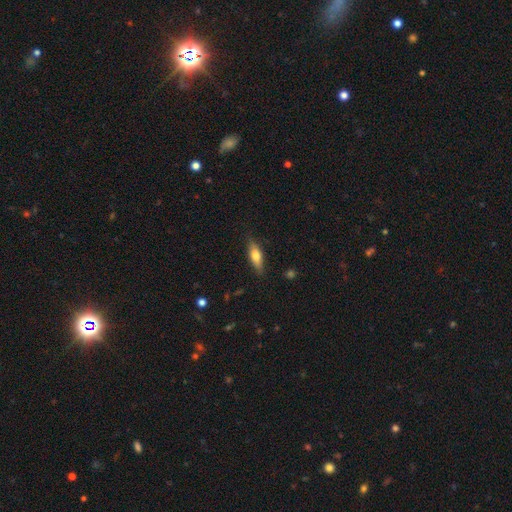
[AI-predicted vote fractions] Smooth or featured: smooth — 64% (featured or disk — 29%)
How rounded: in between — 57% (cigar-shaped — 40%)
Merging: none — 83% (minor disturbance — 13%)